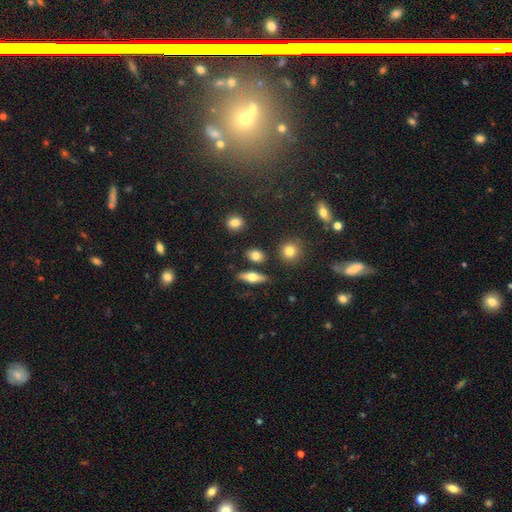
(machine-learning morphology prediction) Smooth or featured: smooth — 67% (featured or disk — 22%)
How rounded: in between — 59% (round — 25%)
Merging: none — 83% (minor disturbance — 9%)